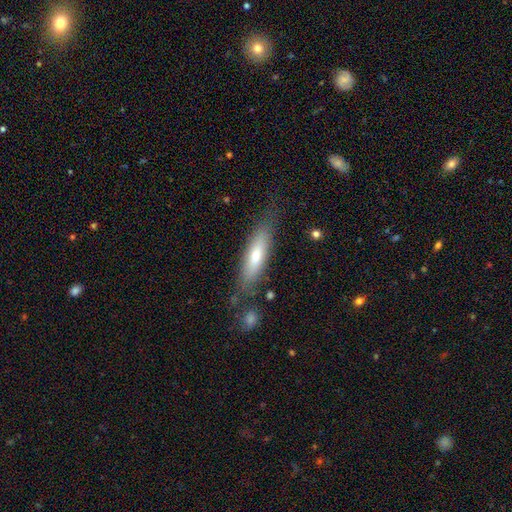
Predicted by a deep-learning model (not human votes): Smooth or featured? smooth (63%)
How rounded? cigar-shaped (67%)
Merging? none (74%)